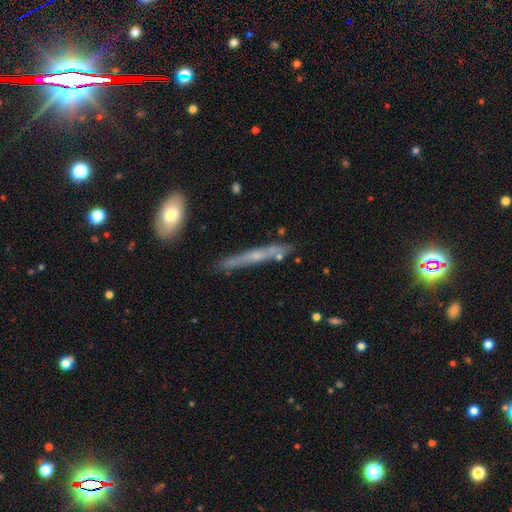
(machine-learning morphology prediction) Smooth or featured? featured or disk (58%)
Edge-on disk? yes (91%)
Edge-on bulge? rounded (52%)
Merging? none (79%)